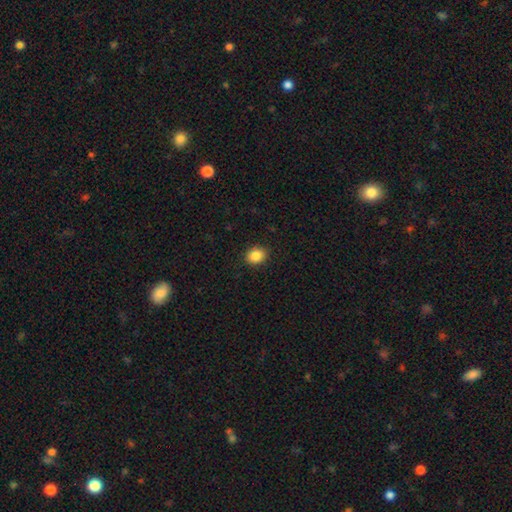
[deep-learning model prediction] Smooth or featured: smooth — 86% (star or artifact — 9%)
How rounded: round — 53% (in between — 46%)
Merging: none — 90% (minor disturbance — 7%)